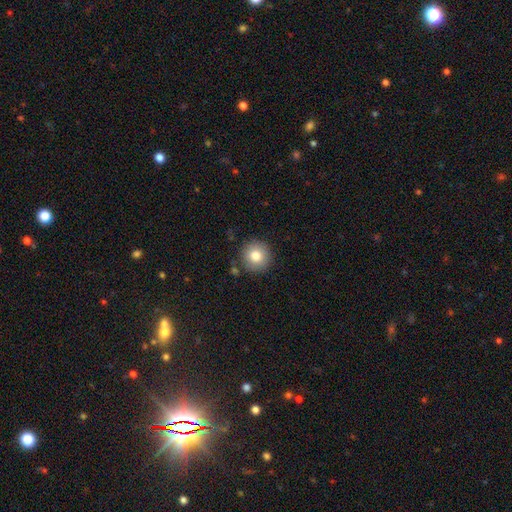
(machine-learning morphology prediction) A smooth galaxy with no disk features (80%) that is round (95%). Merging: none (87%).